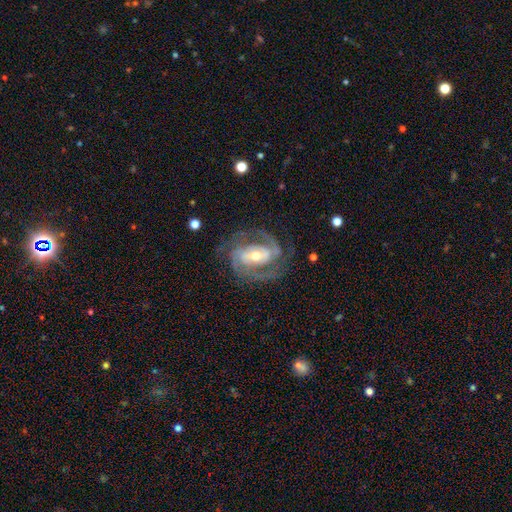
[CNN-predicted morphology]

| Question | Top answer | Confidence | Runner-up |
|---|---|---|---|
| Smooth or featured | featured or disk | 91% | smooth (5%) |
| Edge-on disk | no | 97% | yes (3%) |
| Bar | strong | 42% | weak (35%) |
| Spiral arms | yes | 97% | no (3%) |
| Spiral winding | tight | 47% | medium (45%) |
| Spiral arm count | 2 | 67% | 3 (18%) |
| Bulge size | moderate | 55% | small (38%) |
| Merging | none | 75% | minor disturbance (15%) |